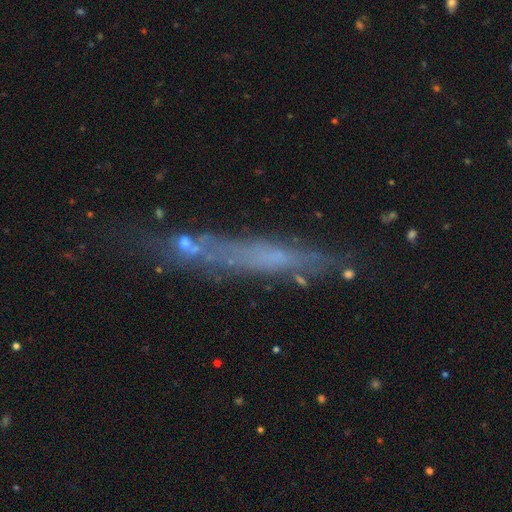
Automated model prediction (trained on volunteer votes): This appears to be a featured or disk galaxy (46%). Merging: none (62%).